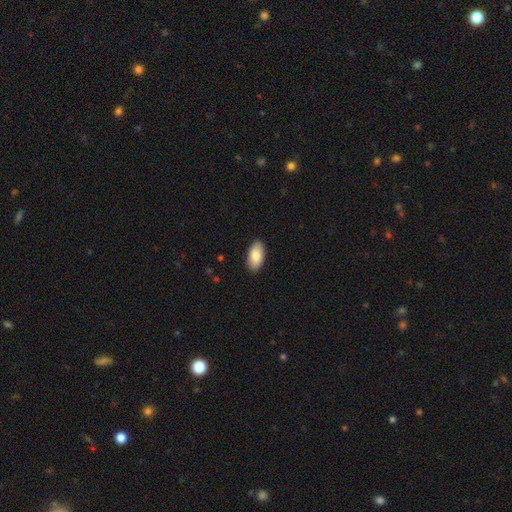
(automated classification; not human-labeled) smooth-or-featured: smooth: 85% | featured or disk: 9% | star or artifact: 6%
  how-rounded: in between: 95% | cigar-shaped: 3% | round: 2%
  merging: none: 90% | minor disturbance: 8% | major disturbance: 2% | merger: 1%